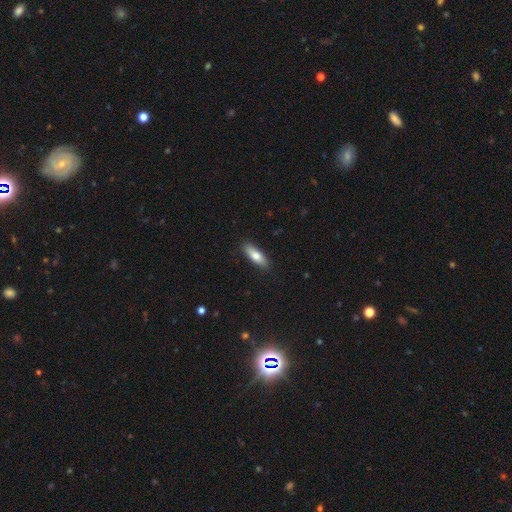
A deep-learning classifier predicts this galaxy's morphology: Smooth or featured? Predicted: smooth (p=0.75). How rounded? Predicted: in between (p=0.58). Merging? Predicted: none (p=0.88).